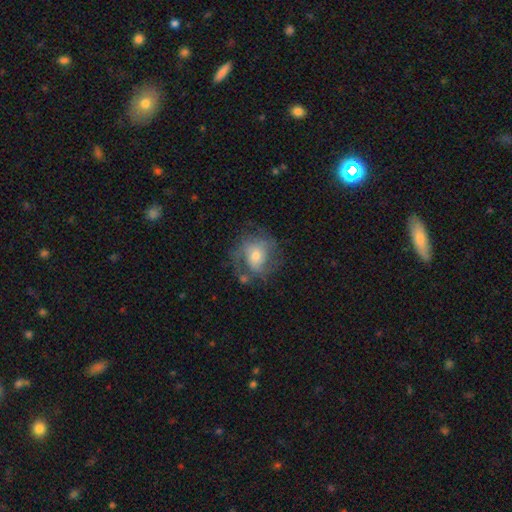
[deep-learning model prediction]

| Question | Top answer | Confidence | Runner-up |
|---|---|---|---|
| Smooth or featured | featured or disk | 54% | smooth (37%) |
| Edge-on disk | no | 97% | yes (3%) |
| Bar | no | 71% | weak (24%) |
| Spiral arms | yes | 69% | no (31%) |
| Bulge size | moderate | 55% | small (35%) |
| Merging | none | 55% | minor disturbance (23%) |